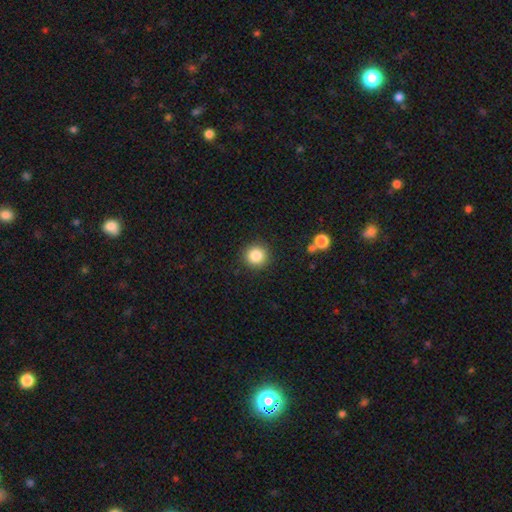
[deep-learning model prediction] Smooth or featured: smooth — 85% (star or artifact — 10%)
How rounded: round — 94% (in between — 5%)
Merging: none — 90% (minor disturbance — 6%)